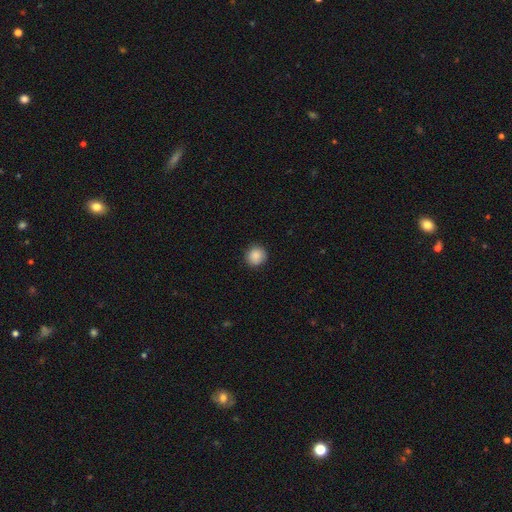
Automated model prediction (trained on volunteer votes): Smooth or featured: smooth — 88% (star or artifact — 8%)
How rounded: round — 92% (in between — 7%)
Merging: none — 89% (minor disturbance — 8%)